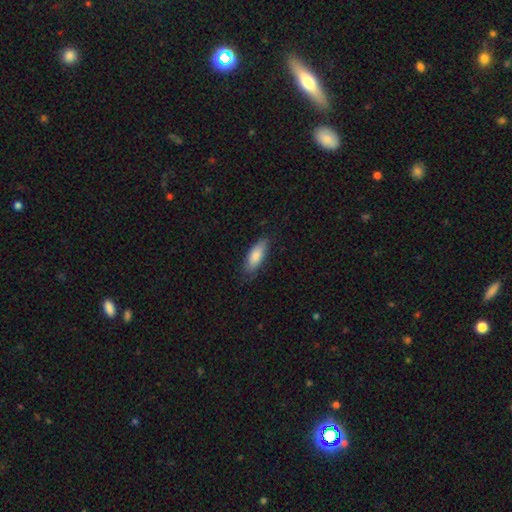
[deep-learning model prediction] Smooth or featured: smooth — 79% (featured or disk — 15%)
How rounded: in between — 69% (cigar-shaped — 30%)
Merging: none — 77% (minor disturbance — 19%)